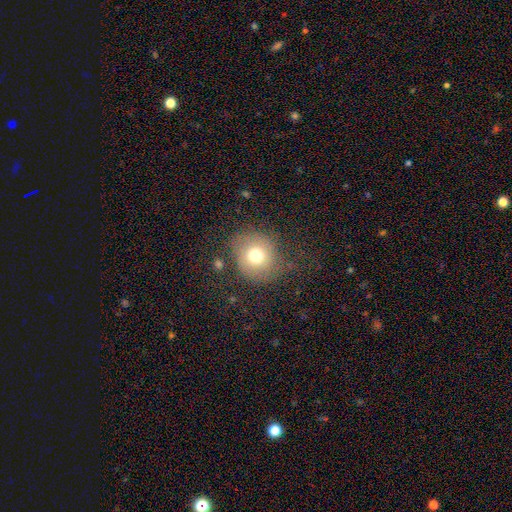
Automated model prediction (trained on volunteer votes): A smooth galaxy with no disk features (71%) that is round (84%). Merging: none (69%).